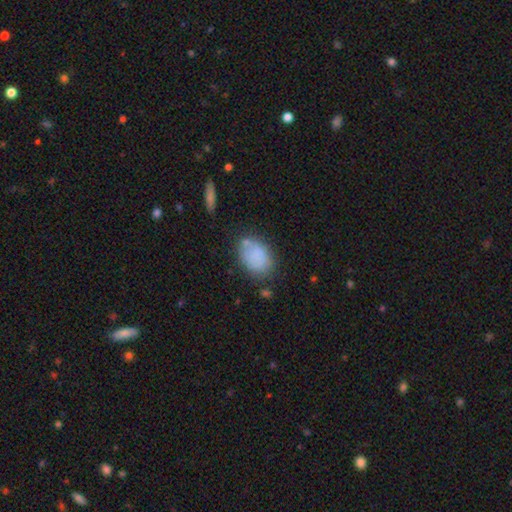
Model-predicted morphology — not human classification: type=smooth (81%); roundness=in between (82%); merging=none (64%).